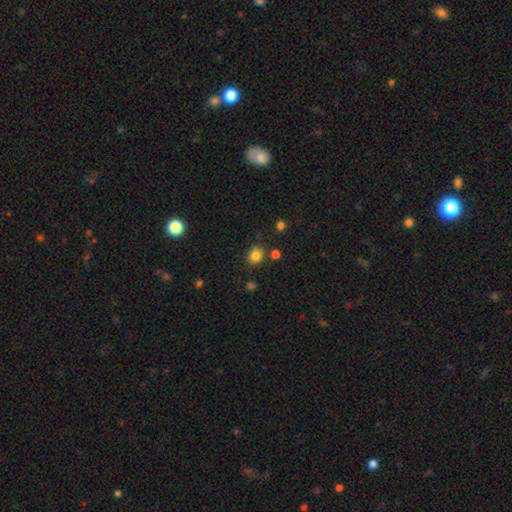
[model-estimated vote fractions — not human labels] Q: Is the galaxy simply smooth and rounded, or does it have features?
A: smooth — 82%.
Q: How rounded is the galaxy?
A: round — 72%.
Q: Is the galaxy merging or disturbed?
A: none — 80%.